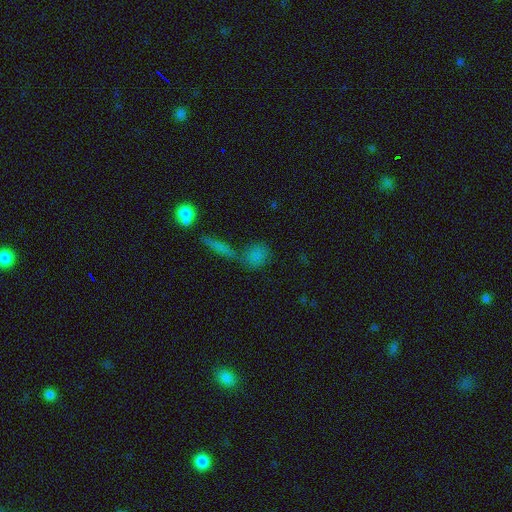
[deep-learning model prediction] Q: Smooth or featured?
A: smooth (75%); runner-up: star or artifact (16%)
Q: How rounded?
A: round (56%); runner-up: in between (36%)
Q: Merging?
A: none (57%); runner-up: merger (24%)